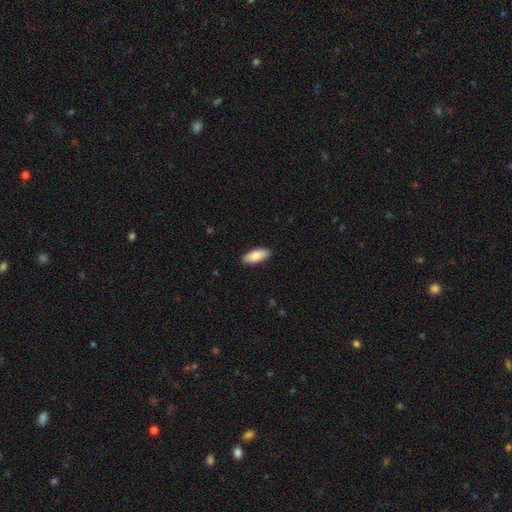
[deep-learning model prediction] The model was most divided on "how rounded": in between: 81%, cigar-shaped: 17%, round: 2%. More confident: merging — none (90%); smooth or featured — smooth (85%).